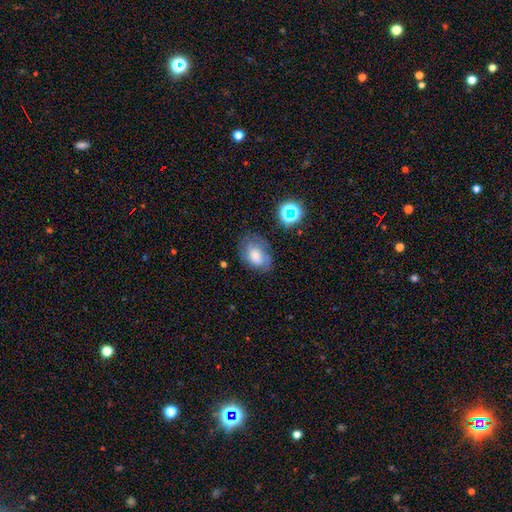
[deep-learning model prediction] A featured or disk galaxy (45%). Merging: none (62%).